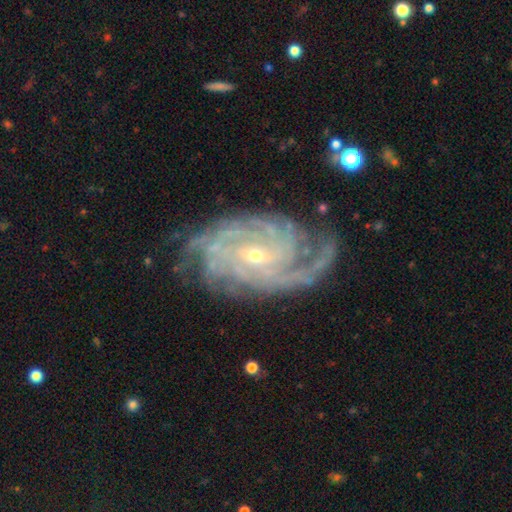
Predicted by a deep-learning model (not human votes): The model was most divided on "spiral arm count": 4: 26%, can't tell: 21%, 3: 16%, more than 4: 16%, 2: 13%, 1: 8%. Remaining: spiral arms — yes (98%); edge-on disk — no (97%); smooth or featured — featured or disk (91%); bulge size — small (75%); merging — none (70%); spiral winding — tight (65%); bar — no (46%).